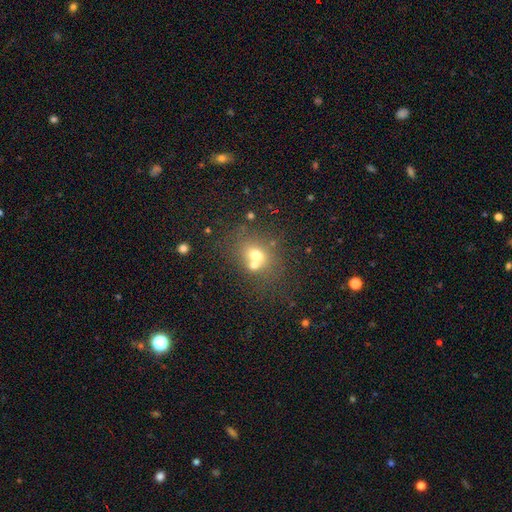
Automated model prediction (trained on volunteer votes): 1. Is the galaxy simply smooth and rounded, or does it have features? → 63% smooth, 21% featured or disk, 16% star or artifact.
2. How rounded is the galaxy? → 54% round, 45% in between, 1% cigar-shaped.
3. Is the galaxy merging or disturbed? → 42% none (tied), 42% merger (tied), 10% minor disturbance, 6% major disturbance.